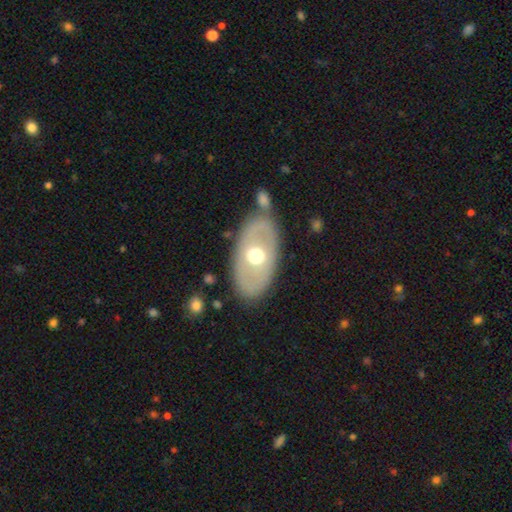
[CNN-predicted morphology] Smooth or featured? Predicted: featured or disk (p=0.52). Edge-on disk? Predicted: no (p=0.87). Merging? Predicted: none (p=0.75).